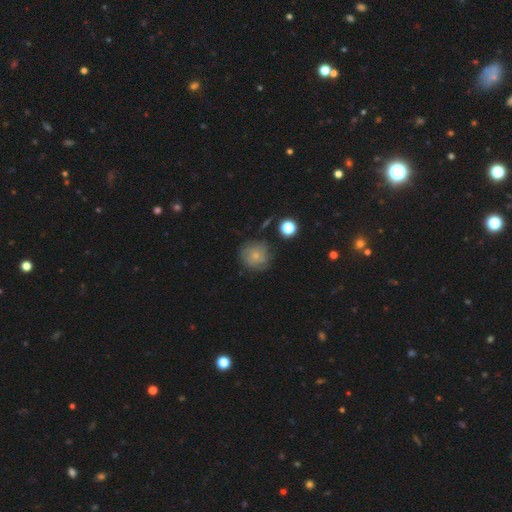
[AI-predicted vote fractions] Q: Smooth or featured?
A: smooth (63%); runner-up: featured or disk (26%)
Q: How rounded?
A: round (91%); runner-up: in between (8%)
Q: Merging?
A: none (72%); runner-up: minor disturbance (18%)